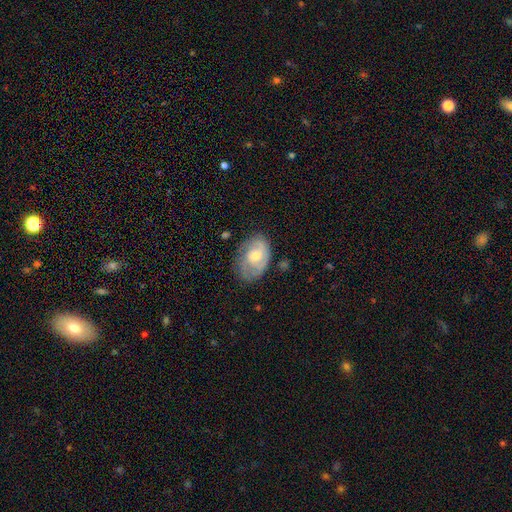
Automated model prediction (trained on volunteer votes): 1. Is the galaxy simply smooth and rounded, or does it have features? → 53% featured or disk, 40% smooth, 7% star or artifact.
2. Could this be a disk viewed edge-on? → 95% no, 5% yes.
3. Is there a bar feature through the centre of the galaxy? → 66% no, 30% weak, 5% strong.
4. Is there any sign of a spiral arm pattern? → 70% yes, 30% no.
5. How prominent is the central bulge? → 64% moderate, 27% small, 7% large, 2% none, 1% dominant.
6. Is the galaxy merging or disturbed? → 60% none, 28% minor disturbance, 10% major disturbance, 2% merger.